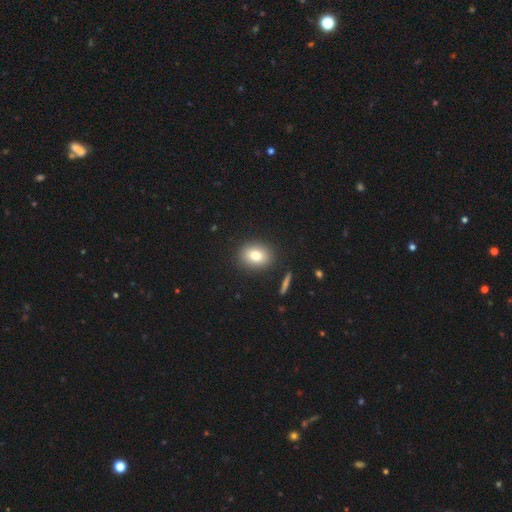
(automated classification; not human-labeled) Overall: smooth (78%). How rounded: round (51%; in between 48%). Merging: none (88%).